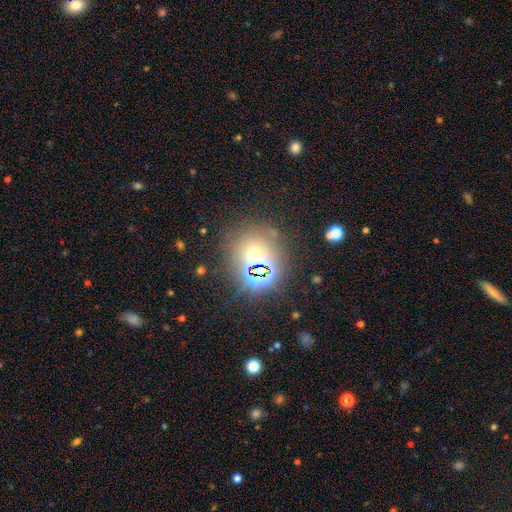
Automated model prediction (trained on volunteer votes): This appears to be a star or artifact, not a galaxy (47%).